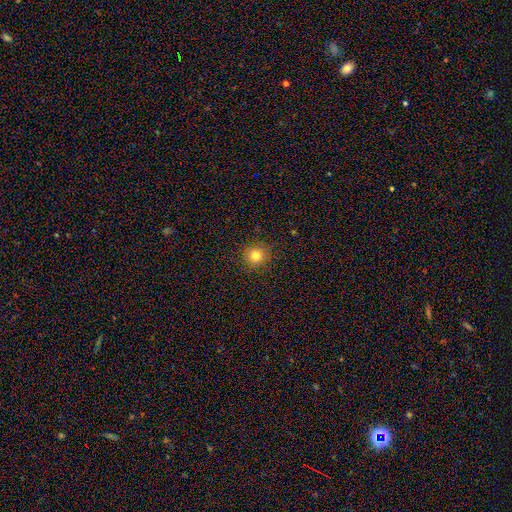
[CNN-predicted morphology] A smooth galaxy with no disk features (80%) that is round (93%).

Vote fractions:
- Smooth or featured? smooth: 80% / star or artifact: 14% / featured or disk: 6%
- How rounded? round: 93% / in between: 6% / cigar-shaped: 1%
- Merging? none: 90% / minor disturbance: 6% / major disturbance: 2% / merger: 1%